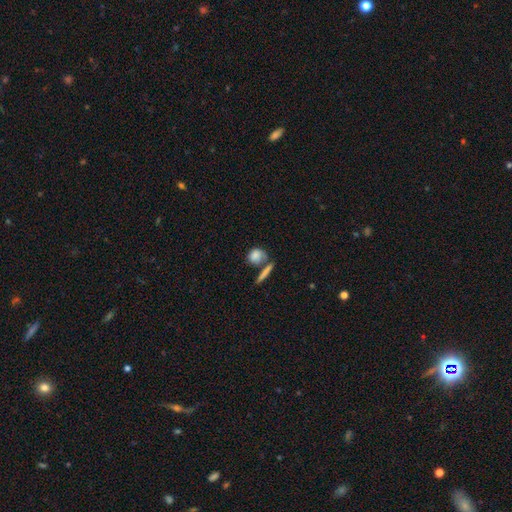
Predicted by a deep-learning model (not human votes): Smooth or featured? Predicted: smooth (p=0.79). How rounded? Predicted: round (p=0.49). Merging? Predicted: none (p=0.50).